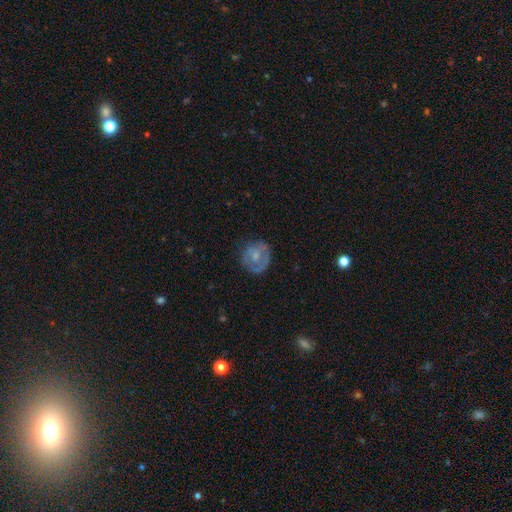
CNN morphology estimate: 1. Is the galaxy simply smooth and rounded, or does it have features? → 49% featured or disk, 43% smooth, 7% star or artifact.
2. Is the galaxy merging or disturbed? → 66% none, 22% minor disturbance, 10% major disturbance, 2% merger.